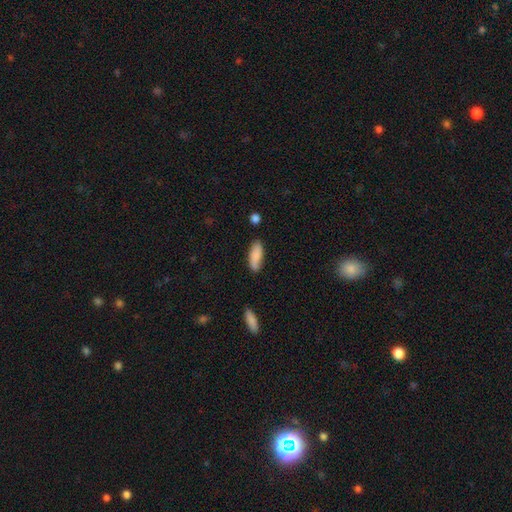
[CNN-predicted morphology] A smooth galaxy with no disk features (84%) that is in between round and cigar-shaped (66%). Merging: none (78%).